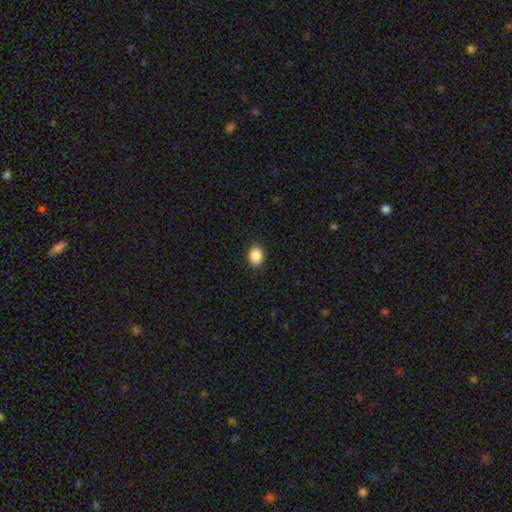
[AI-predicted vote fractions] Smooth or featured: smooth — 89% (star or artifact — 8%)
How rounded: in between — 59% (round — 41%)
Merging: none — 90% (minor disturbance — 7%)